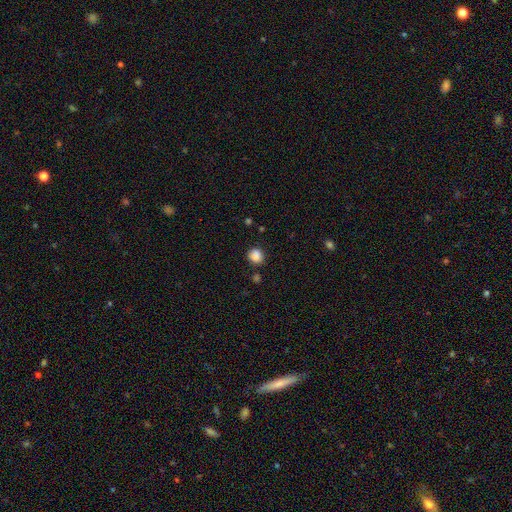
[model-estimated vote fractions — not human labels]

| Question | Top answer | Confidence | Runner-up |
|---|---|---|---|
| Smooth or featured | smooth | 86% | star or artifact (10%) |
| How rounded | round | 79% | in between (20%) |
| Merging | none | 79% | minor disturbance (14%) |